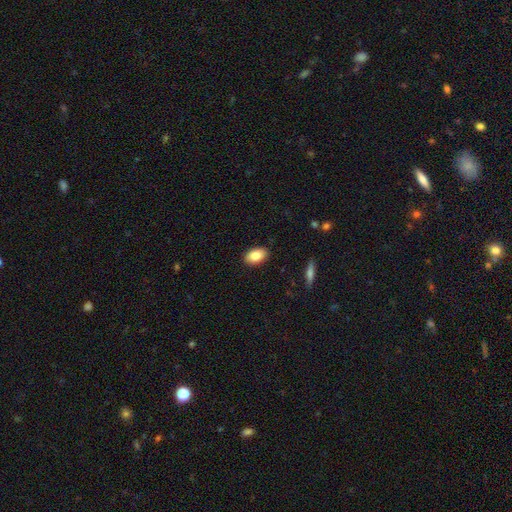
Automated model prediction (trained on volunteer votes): This is clearly a smooth galaxy (83%). How rounded: clearly in between (92%). Merging: clearly none (89%).